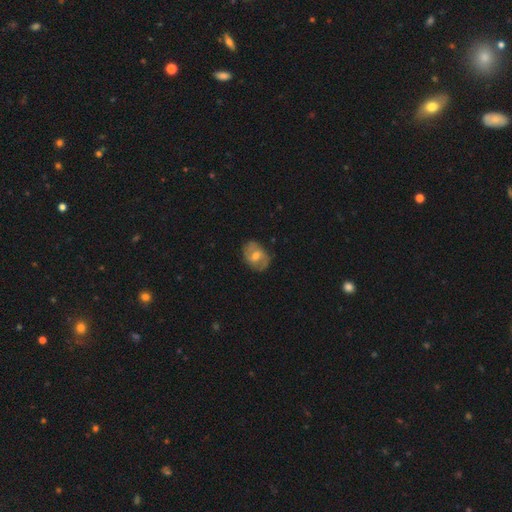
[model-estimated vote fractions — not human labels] Smooth or featured: featured or disk — 61% (smooth — 32%)
Edge-on disk: no — 96% (yes — 4%)
Bar: weak — 48% (no — 39%)
Spiral arms: yes — 79% (no — 21%)
Bulge size: moderate — 64% (small — 27%)
Merging: none — 74% (minor disturbance — 18%)